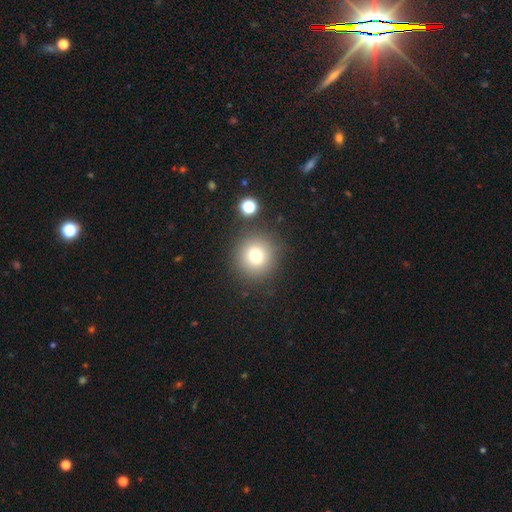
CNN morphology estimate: smooth-or-featured: smooth: 75% | star or artifact: 15% | featured or disk: 11%
  how-rounded: round: 94% | in between: 5% | cigar-shaped: 1%
  merging: none: 86% | minor disturbance: 7% | merger: 4% | major disturbance: 3%